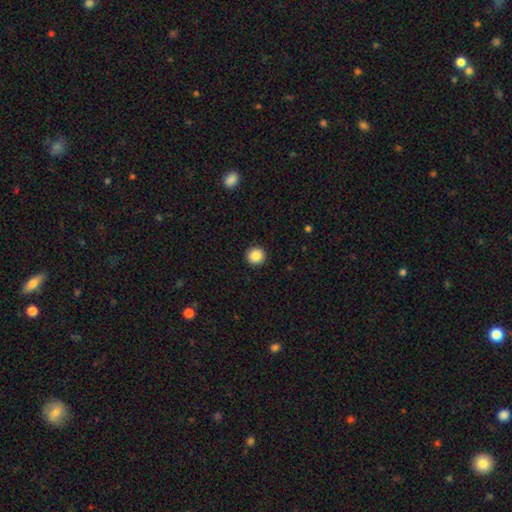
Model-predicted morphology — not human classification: Smooth or featured: smooth — 87% (star or artifact — 9%)
How rounded: round — 95% (in between — 4%)
Merging: none — 93% (minor disturbance — 5%)